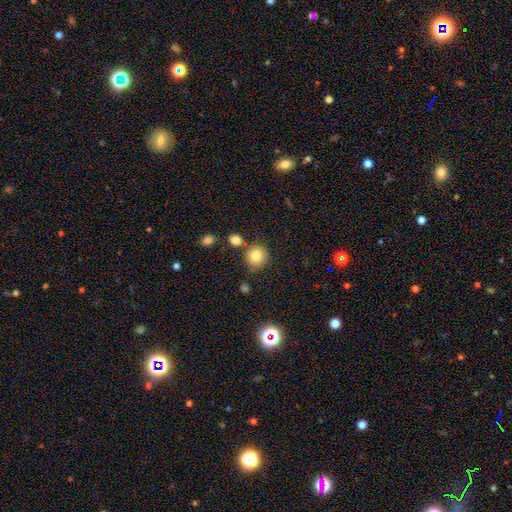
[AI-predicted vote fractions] Smooth or featured: smooth — 81% (star or artifact — 11%)
How rounded: round — 88% (in between — 11%)
Merging: none — 76% (merger — 11%)